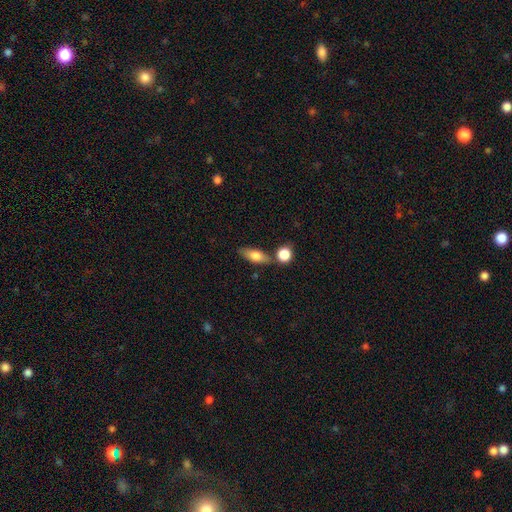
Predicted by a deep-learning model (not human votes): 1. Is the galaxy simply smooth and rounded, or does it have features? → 71% smooth, 22% featured or disk, 7% star or artifact.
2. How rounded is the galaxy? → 69% in between, 24% cigar-shaped, 6% round.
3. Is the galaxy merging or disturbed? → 70% none, 14% merger, 13% minor disturbance, 3% major disturbance.